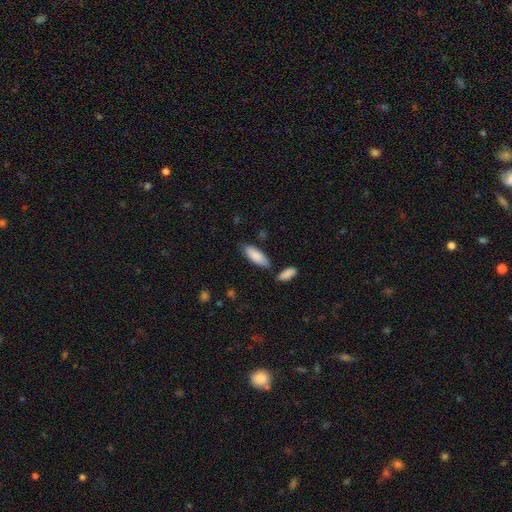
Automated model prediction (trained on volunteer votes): The model was most divided on "how rounded": in between: 71%, cigar-shaped: 28%, round: 2%. More confident: smooth or featured — smooth (87%); merging — none (71%).